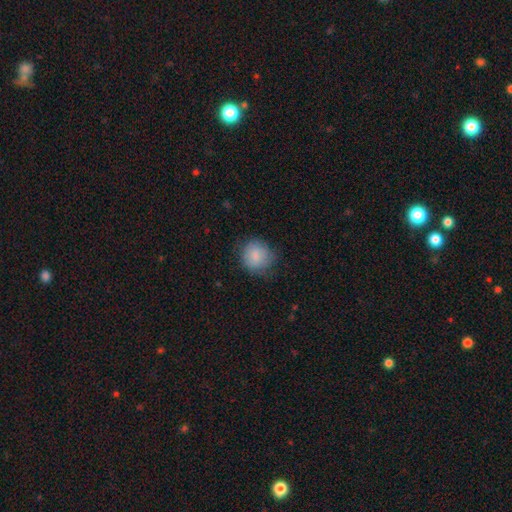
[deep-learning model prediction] A smooth galaxy with no disk features (85%) that is round (86%). Merging: none (73%).